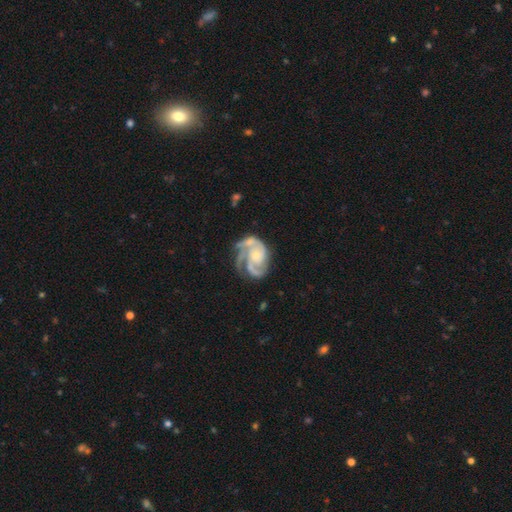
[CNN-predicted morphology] Overall: featured or disk (90%). Edge-on disk: no (98%). Bar: no (73%). Spiral arms: yes (97%). Spiral arm count: 3 (40%; 2 36%). Spiral winding: medium (45%; tight 44%). Bulge size: small (59%; moderate 32%). Merging: none (48%; minor disturbance 23%).